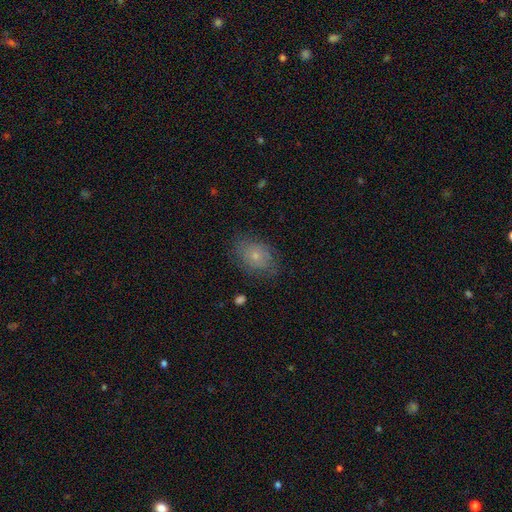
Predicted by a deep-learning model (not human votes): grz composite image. It shows a smooth galaxy with no disk features (59%) that is in between round and cigar-shaped (69%). Merging: none (73%).